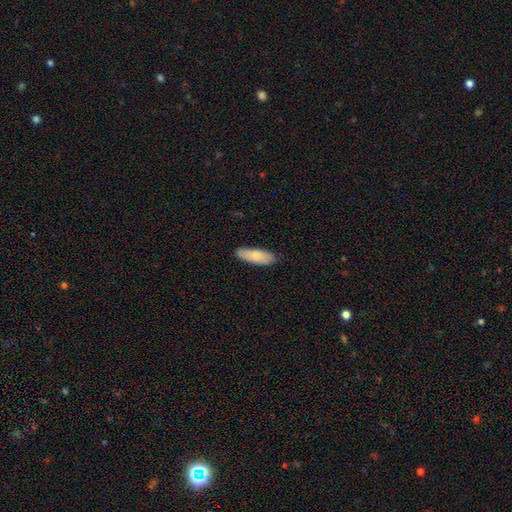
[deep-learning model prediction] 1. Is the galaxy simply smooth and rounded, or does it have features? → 75% smooth, 19% featured or disk, 6% star or artifact.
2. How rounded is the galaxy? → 60% in between, 38% cigar-shaped, 2% round.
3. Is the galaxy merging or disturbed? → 86% none, 11% minor disturbance, 2% major disturbance, 1% merger.